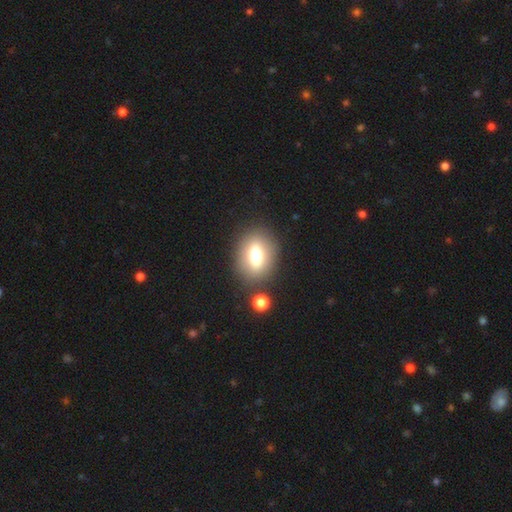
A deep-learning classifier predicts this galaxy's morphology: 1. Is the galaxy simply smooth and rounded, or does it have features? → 70% smooth, 20% featured or disk, 10% star or artifact.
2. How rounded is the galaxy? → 70% in between, 26% round, 4% cigar-shaped.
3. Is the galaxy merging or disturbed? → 79% none, 10% minor disturbance, 8% merger, 4% major disturbance.